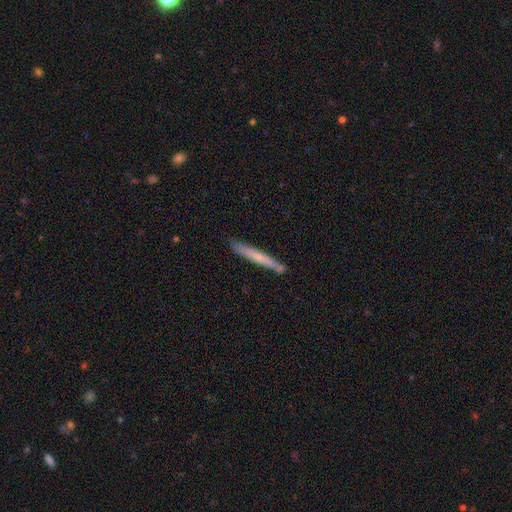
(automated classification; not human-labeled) Morphology: type=smooth (53%); roundness=cigar-shaped (96%); merging=none (81%).